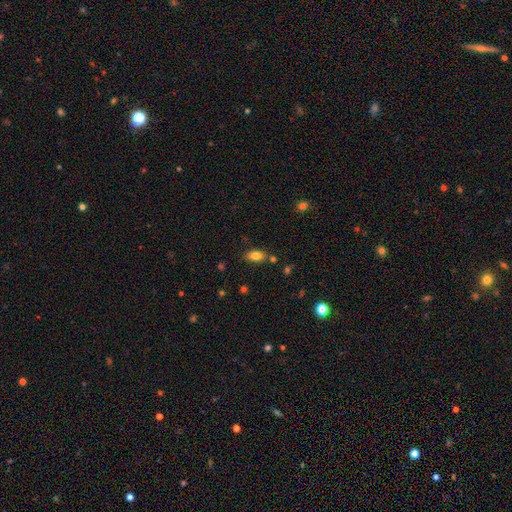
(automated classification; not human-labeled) Q: Smooth or featured?
A: smooth (80%); runner-up: featured or disk (11%)
Q: How rounded?
A: in between (89%); runner-up: cigar-shaped (6%)
Q: Merging?
A: none (77%); runner-up: minor disturbance (13%)